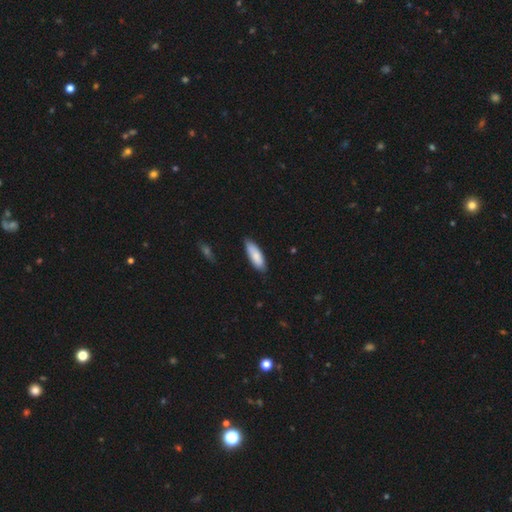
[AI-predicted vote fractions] The model was most divided on "how rounded": in between: 64%, cigar-shaped: 34%, round: 1%. More confident: smooth or featured — smooth (84%); merging — none (80%).